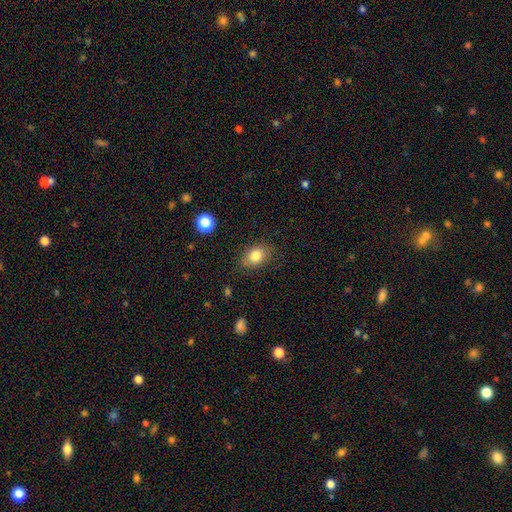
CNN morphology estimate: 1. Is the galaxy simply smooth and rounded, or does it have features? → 81% smooth, 9% featured or disk, 9% star or artifact.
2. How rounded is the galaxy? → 75% in between, 24% round, 1% cigar-shaped.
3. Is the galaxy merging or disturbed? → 81% none, 14% minor disturbance, 4% major disturbance, 1% merger.